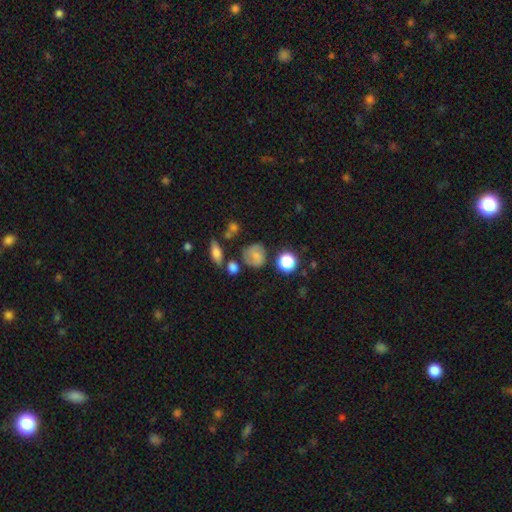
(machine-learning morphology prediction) Overall: smooth (63%; featured or disk 24%). How rounded: round (81%). Merging: none (68%).